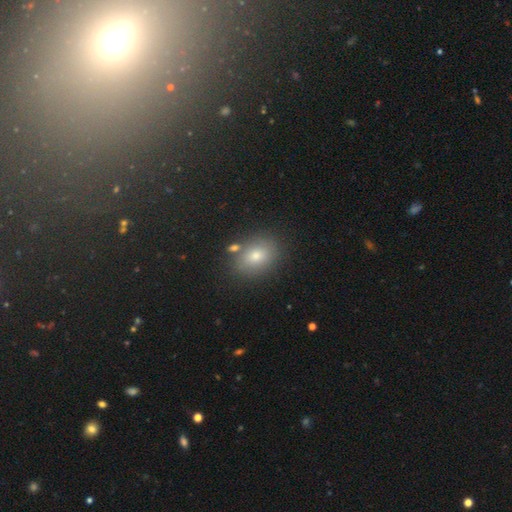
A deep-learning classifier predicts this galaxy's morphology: Q: Smooth or featured?
A: smooth (74%); runner-up: star or artifact (14%)
Q: How rounded?
A: in between (68%); runner-up: round (30%)
Q: Merging?
A: none (80%); runner-up: minor disturbance (11%)